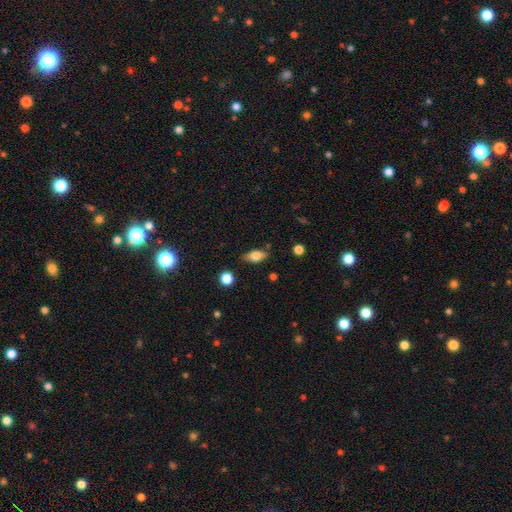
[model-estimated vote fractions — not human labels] The model was most divided on "smooth or featured": smooth: 70%, featured or disk: 22%, star or artifact: 8%. More confident: how rounded — in between (81%); merging — none (79%).